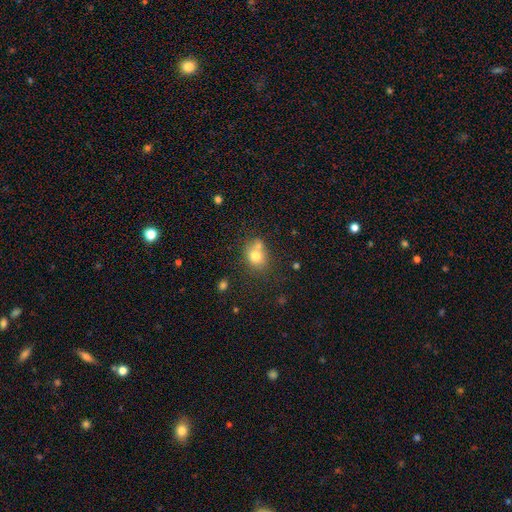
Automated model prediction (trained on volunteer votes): smooth_or_featured: smooth (p=0.73) [alt: featured or disk p=0.15]
how_rounded: round (p=0.61) [alt: in between p=0.38]
merging: none (p=0.50) [alt: merger p=0.30]